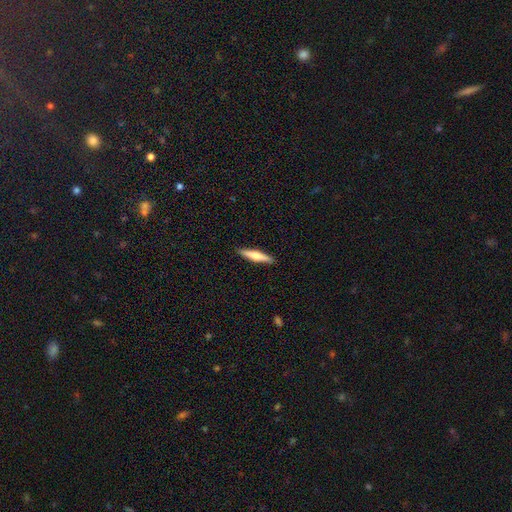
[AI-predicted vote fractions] Smooth or featured?
  - smooth: 48% *
  - featured or disk: 47%
  - star or artifact: 5%
Merging?
  - none: 91% *
  - minor disturbance: 6%
  - major disturbance: 1%
  - merger: 1%